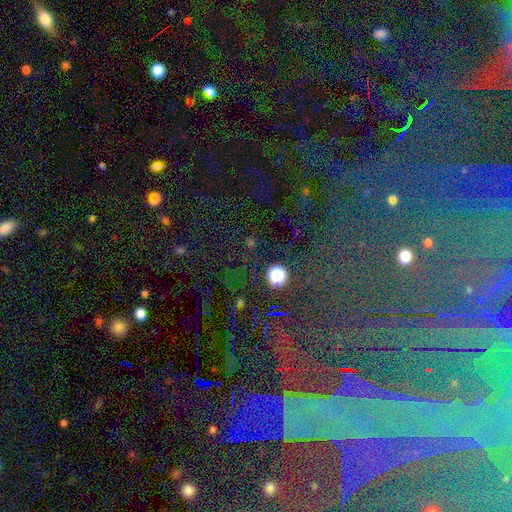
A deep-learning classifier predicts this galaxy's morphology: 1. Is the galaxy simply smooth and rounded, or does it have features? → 68% star or artifact, 20% featured or disk, 12% smooth.